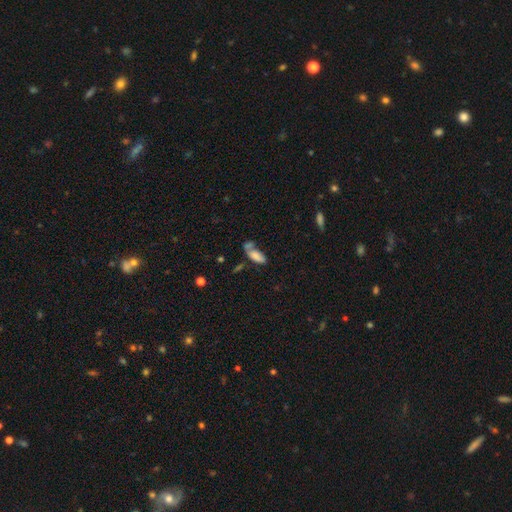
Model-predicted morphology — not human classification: This is likely a smooth galaxy (78%). How rounded: clearly in between (82%). Merging: marginally merger (39%).